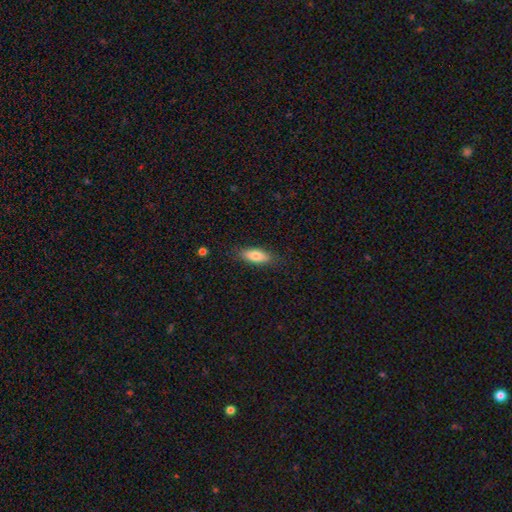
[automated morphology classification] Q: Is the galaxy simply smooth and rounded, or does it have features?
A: smooth — 78%.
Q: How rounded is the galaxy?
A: in between — 73%.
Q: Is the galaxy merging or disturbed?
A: none — 82%.